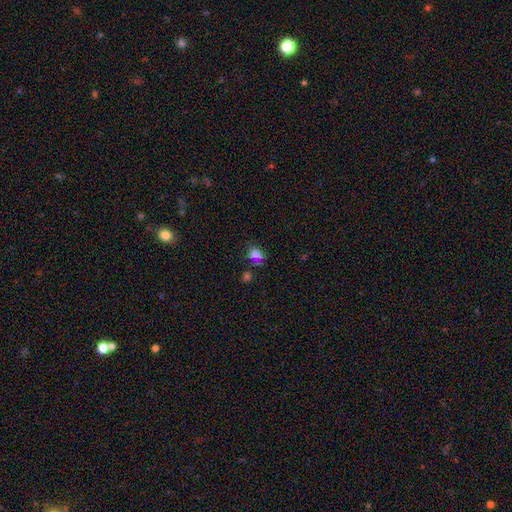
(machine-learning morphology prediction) The model was most divided on "how rounded": in between: 56%, round: 42%, cigar-shaped: 2%. More confident: smooth or featured — smooth (71%); merging — none (64%).